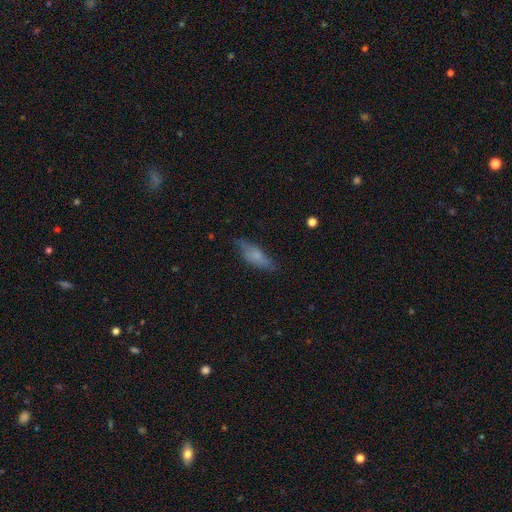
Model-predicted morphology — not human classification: Overall: smooth (66%; featured or disk 26%). How rounded: in between (56%; cigar-shaped 42%). Merging: none (70%).